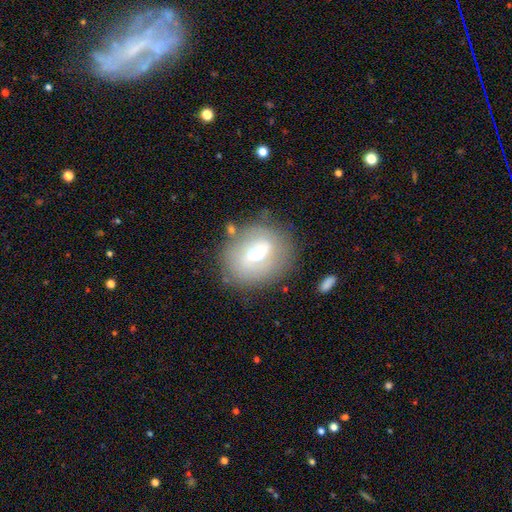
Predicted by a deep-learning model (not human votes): Q: Smooth or featured?
A: featured or disk (59%); runner-up: smooth (32%)
Q: Edge-on disk?
A: no (95%); runner-up: yes (5%)
Q: Bar?
A: weak (52%); runner-up: no (30%)
Q: Spiral arms?
A: yes (65%); runner-up: no (35%)
Q: Bulge size?
A: moderate (65%); runner-up: small (25%)
Q: Merging?
A: none (70%); runner-up: minor disturbance (17%)